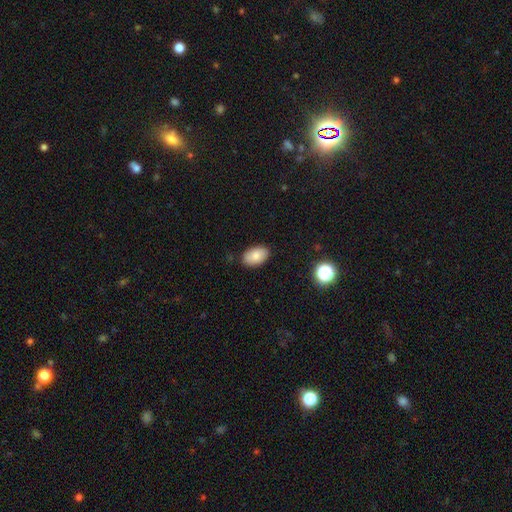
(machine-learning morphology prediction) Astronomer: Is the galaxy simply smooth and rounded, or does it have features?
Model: smooth — 84%.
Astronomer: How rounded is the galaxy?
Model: in between — 92%.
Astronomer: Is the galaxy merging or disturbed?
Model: none — 87%.